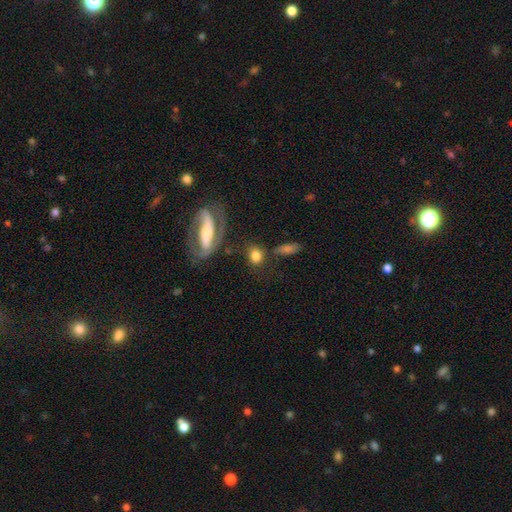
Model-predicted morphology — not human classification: Smooth or featured? smooth (74%)
How rounded? round (57%)
Merging? none (65%)